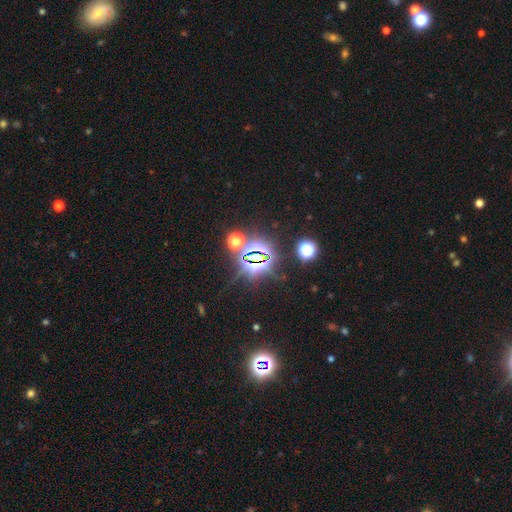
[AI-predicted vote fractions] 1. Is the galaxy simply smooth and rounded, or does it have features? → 76% star or artifact, 15% smooth, 8% featured or disk.